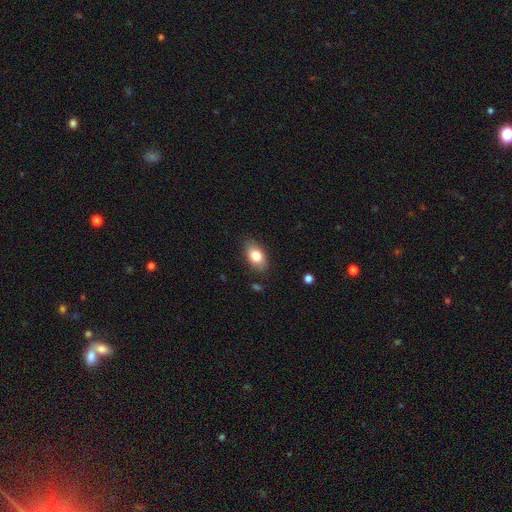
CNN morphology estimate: type=smooth (81%); roundness=in between (89%); merging=none (85%).